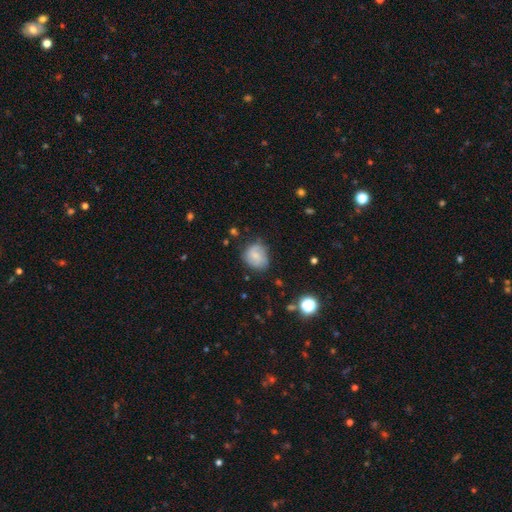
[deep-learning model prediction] Smooth or featured?
  - smooth: 58% *
  - featured or disk: 33%
  - star or artifact: 9%
How rounded?
  - round: 64% *
  - in between: 35%
  - cigar-shaped: 1%
Merging?
  - none: 64% *
  - minor disturbance: 26%
  - major disturbance: 8%
  - merger: 2%